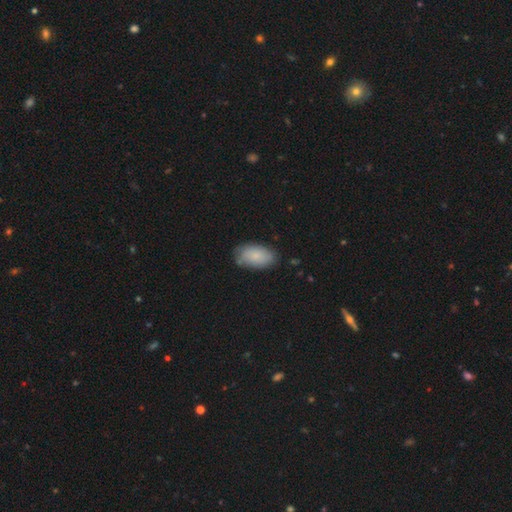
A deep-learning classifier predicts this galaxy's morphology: smooth_or_featured: smooth (p=0.81) [alt: featured or disk p=0.12]
how_rounded: in between (p=0.94) [alt: round p=0.04]
merging: none (p=0.74) [alt: minor disturbance p=0.20]